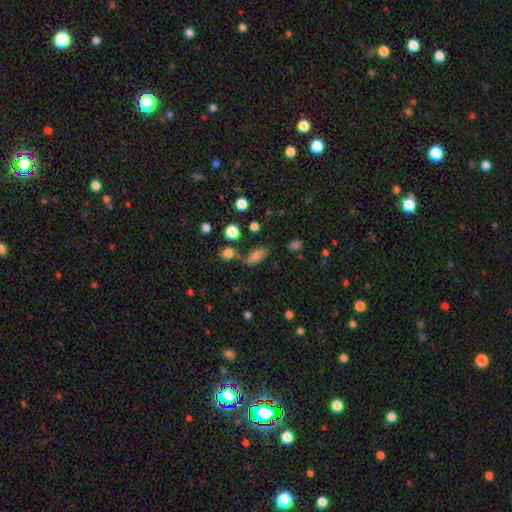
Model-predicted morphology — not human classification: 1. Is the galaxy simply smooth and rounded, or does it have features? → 69% smooth, 17% star or artifact, 14% featured or disk.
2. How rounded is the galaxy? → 81% in between, 10% cigar-shaped, 9% round.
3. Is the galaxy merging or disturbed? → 53% none, 21% minor disturbance, 16% merger, 10% major disturbance.